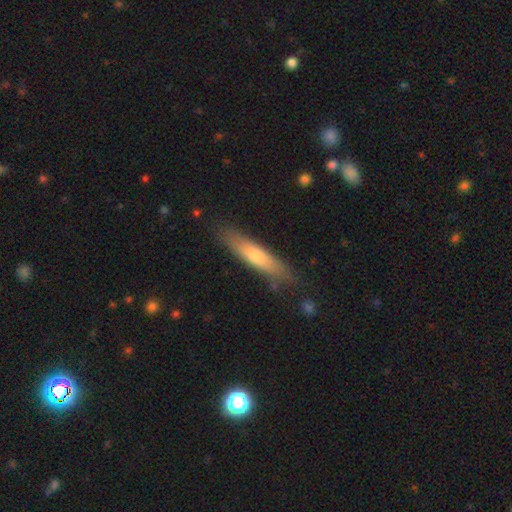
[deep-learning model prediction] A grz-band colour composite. It shows a smooth galaxy with no disk features (65%) that is cigar-shaped (82%). Merging: none (83%).